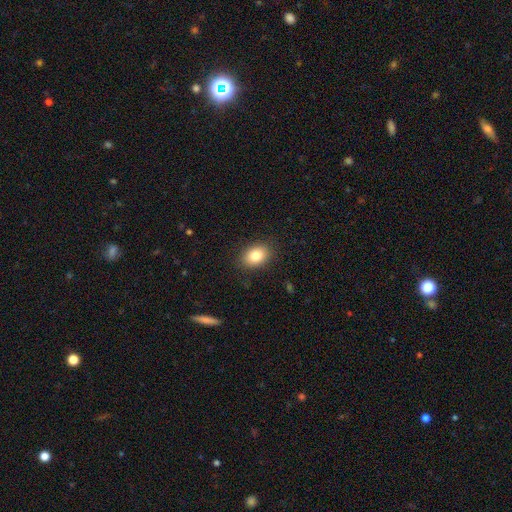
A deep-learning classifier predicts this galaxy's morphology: This is clearly a smooth galaxy (82%). How rounded: likely in between (75%). Merging: clearly none (88%).